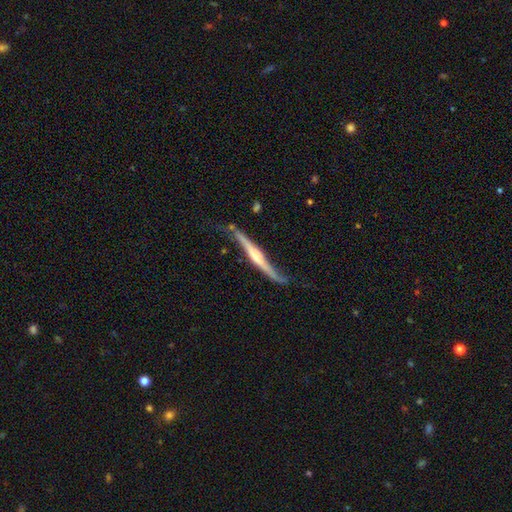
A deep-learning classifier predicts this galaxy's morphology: featured or disk 77%, smooth 18%, star or artifact 5%. Down the decision tree: edge-on disk — yes (84%); edge-on bulge — rounded (53%); merging — none (51%).